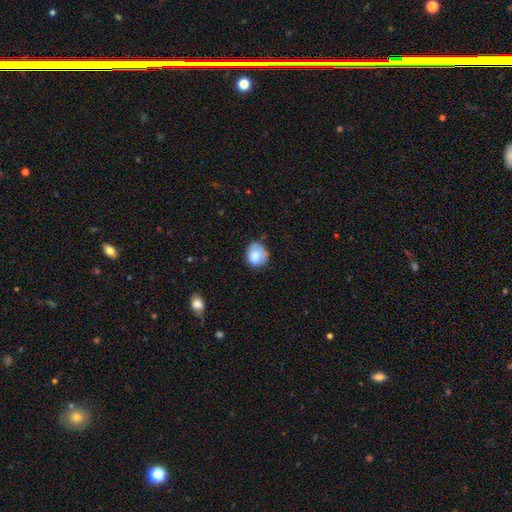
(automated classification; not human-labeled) Overall: smooth (80%). How rounded: round (69%; in between 30%). Merging: none (61%; minor disturbance 29%).